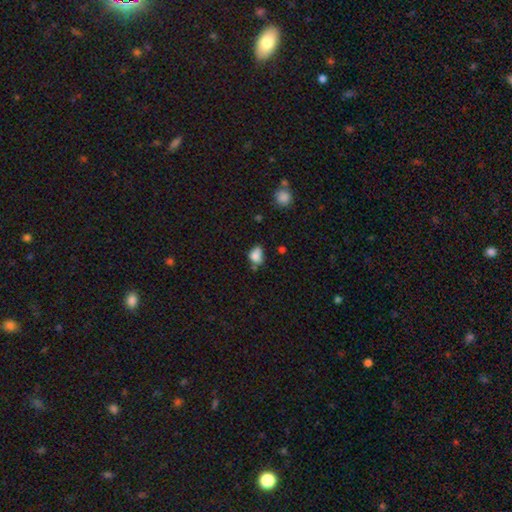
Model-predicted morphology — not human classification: smooth_or_featured: smooth (p=0.80) [alt: star or artifact p=0.11]
how_rounded: in between (p=0.63) [alt: round p=0.35]
merging: none (p=0.40) [alt: minor disturbance p=0.35]